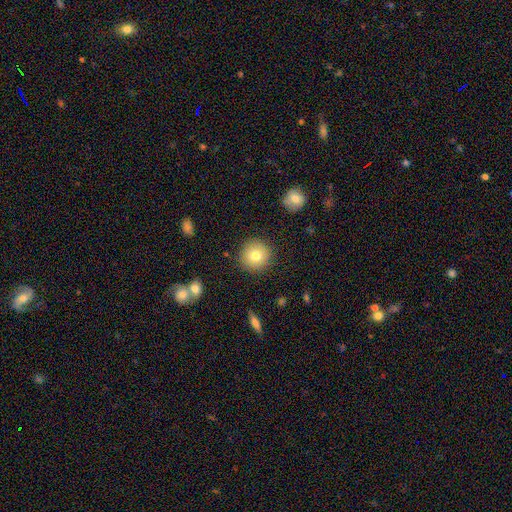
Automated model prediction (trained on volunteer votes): Smooth or featured? Predicted: smooth (p=0.79). How rounded? Predicted: round (p=0.94). Merging? Predicted: none (p=0.89).